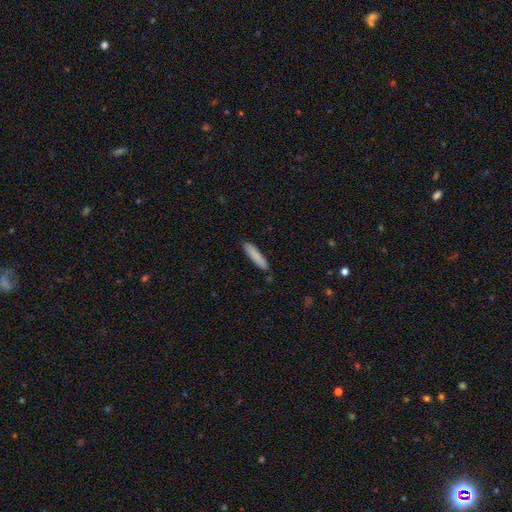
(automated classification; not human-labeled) Morphology: type=smooth (86%); roundness=cigar-shaped (84%); merging=none (87%).